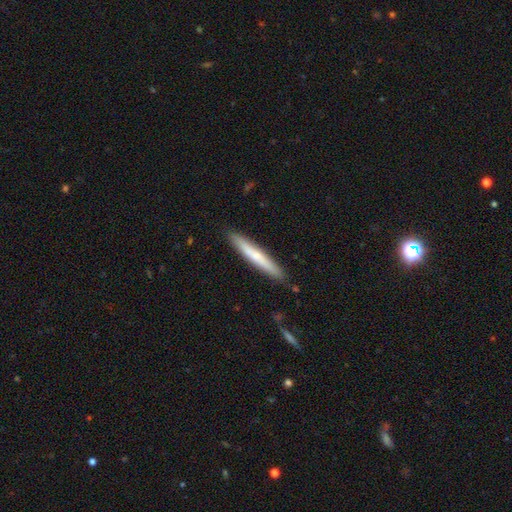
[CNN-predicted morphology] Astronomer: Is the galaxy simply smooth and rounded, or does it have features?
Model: smooth — 57% (runner-up: featured or disk, 38%).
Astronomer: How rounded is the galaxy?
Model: cigar-shaped — 95%.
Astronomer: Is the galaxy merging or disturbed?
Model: none — 89%.